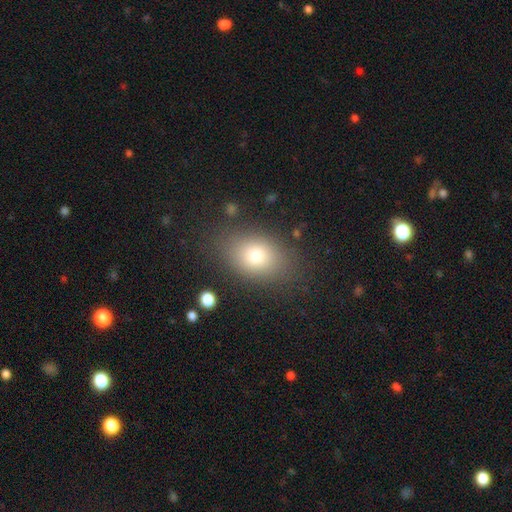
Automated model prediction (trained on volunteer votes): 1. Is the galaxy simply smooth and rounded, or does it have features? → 78% smooth, 11% featured or disk, 11% star or artifact.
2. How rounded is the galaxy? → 79% in between, 19% round, 2% cigar-shaped.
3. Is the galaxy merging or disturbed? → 82% none, 11% minor disturbance, 4% major disturbance, 2% merger.